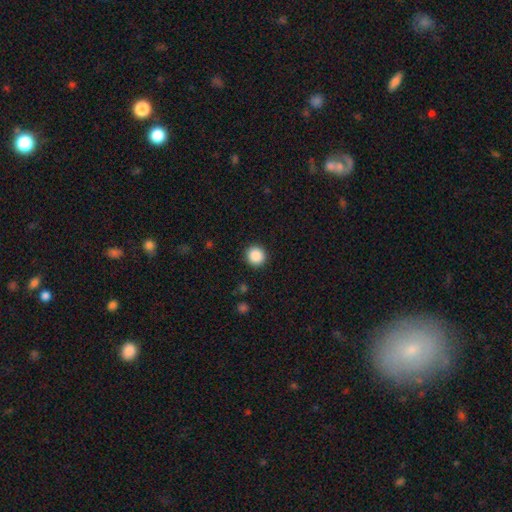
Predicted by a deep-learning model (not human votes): Smooth or featured: smooth — 88% (star or artifact — 9%)
How rounded: round — 95% (in between — 4%)
Merging: none — 92% (minor disturbance — 5%)